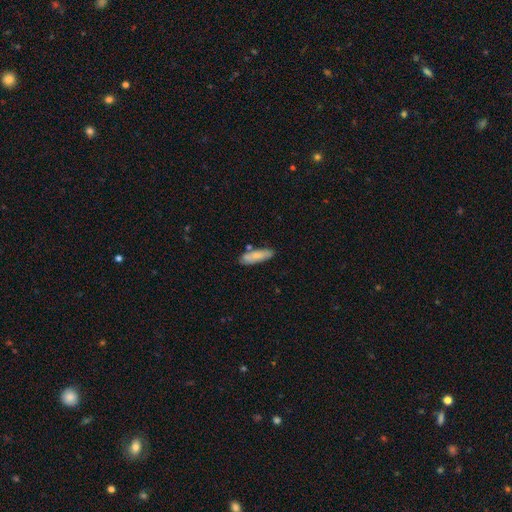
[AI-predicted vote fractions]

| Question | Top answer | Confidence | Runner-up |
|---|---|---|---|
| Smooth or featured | smooth | 81% | featured or disk (13%) |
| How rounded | in between | 51% | cigar-shaped (47%) |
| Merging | none | 74% | minor disturbance (16%) |